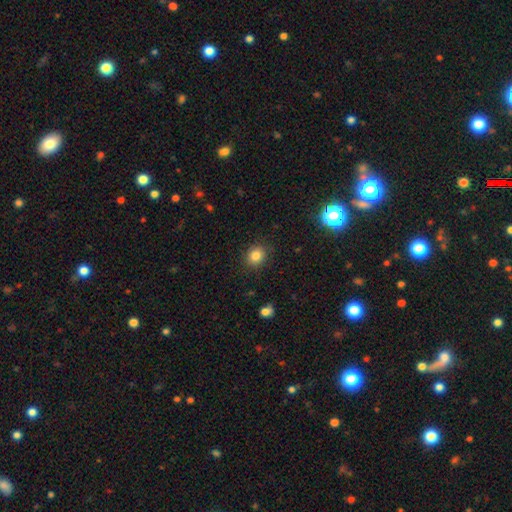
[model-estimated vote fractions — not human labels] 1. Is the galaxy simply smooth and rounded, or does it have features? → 83% smooth, 11% star or artifact, 6% featured or disk.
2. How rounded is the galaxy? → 70% round, 29% in between, 1% cigar-shaped.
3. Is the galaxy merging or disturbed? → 86% none, 10% minor disturbance, 3% major disturbance, 1% merger.